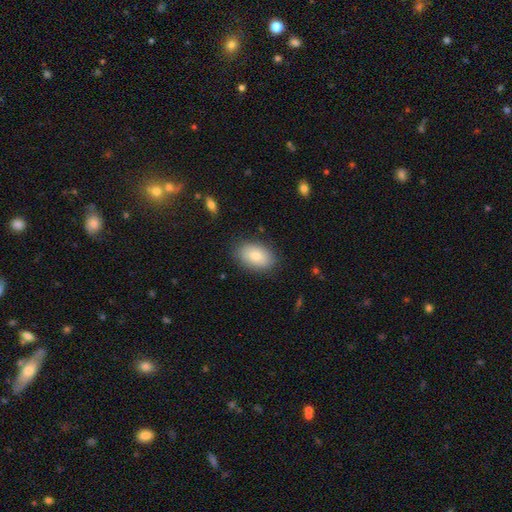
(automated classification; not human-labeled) Q: Smooth or featured?
A: smooth (81%); runner-up: featured or disk (13%)
Q: How rounded?
A: in between (89%); runner-up: round (10%)
Q: Merging?
A: none (84%); runner-up: minor disturbance (12%)